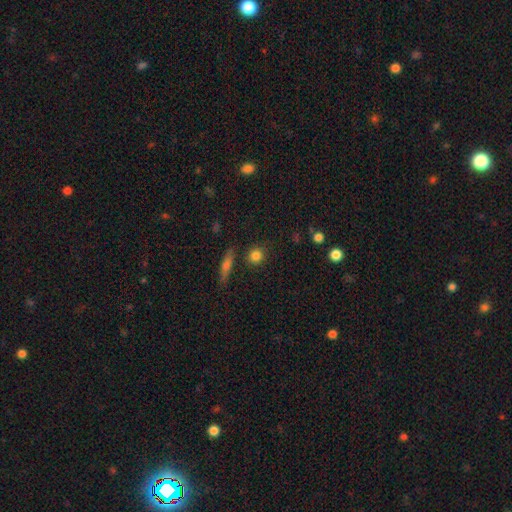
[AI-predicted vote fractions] This appears to be a smooth galaxy with no disk features (82%) that is round (84%). Merging: none (85%).